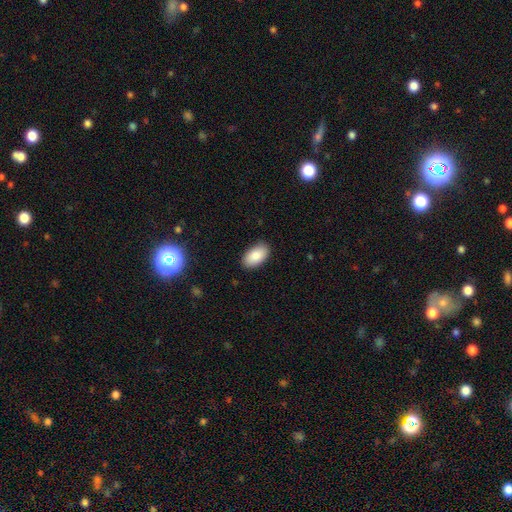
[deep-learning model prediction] A smooth galaxy with no disk features (86%) that is in between round and cigar-shaped (95%). Merging: none (86%).